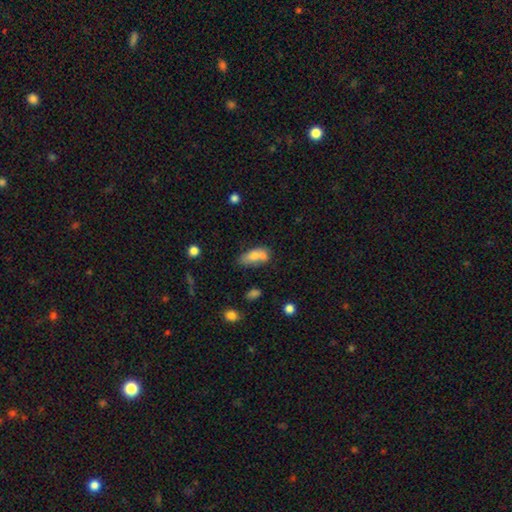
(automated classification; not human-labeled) This is likely a smooth galaxy (70%). How rounded: clearly in between (82%). Merging: marginally merger (39%).